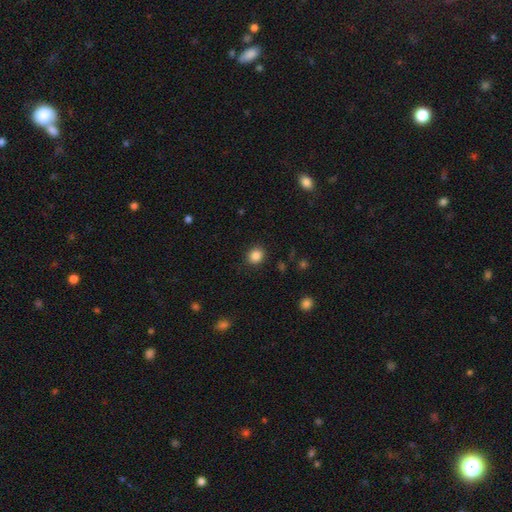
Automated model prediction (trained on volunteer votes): Smooth or featured? smooth (86%)
How rounded? round (75%)
Merging? none (89%)